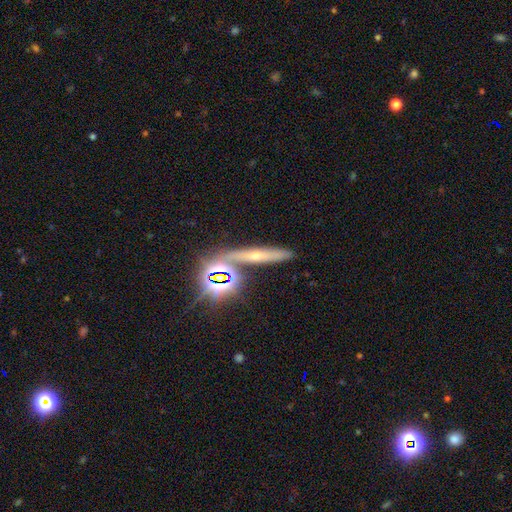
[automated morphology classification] A star or artifact, not a galaxy (36%).

Vote fractions:
- Smooth or featured? star or artifact: 36% / featured or disk: 35% / smooth: 29%